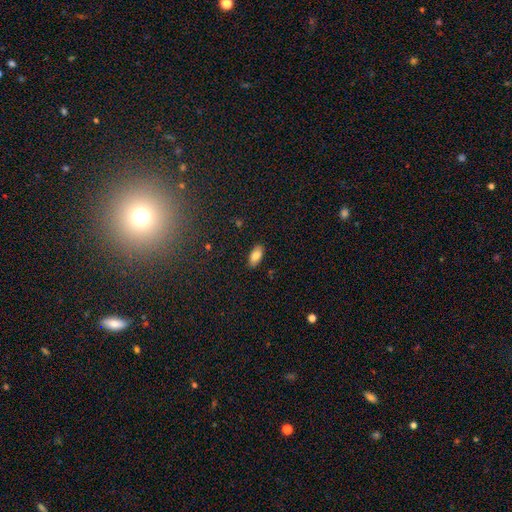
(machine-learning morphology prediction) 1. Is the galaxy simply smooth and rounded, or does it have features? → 84% smooth, 9% featured or disk, 8% star or artifact.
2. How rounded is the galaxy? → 92% in between, 6% cigar-shaped, 2% round.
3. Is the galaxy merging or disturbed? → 88% none, 9% minor disturbance, 2% major disturbance, 1% merger.